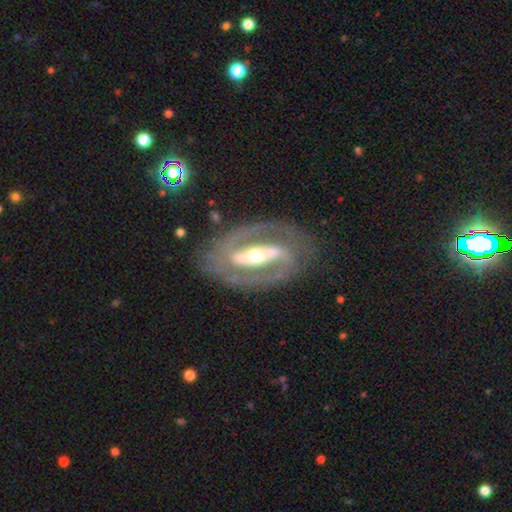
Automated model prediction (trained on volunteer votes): A featured or disk galaxy (89%) with a strong bar (72%), 2 (90%) medium (46%) spiral arms (89%) and a moderate central bulge (58%).

Vote fractions:
- Smooth or featured? featured or disk: 89% / smooth: 7% / star or artifact: 4%
- Edge-on disk? no: 93% / yes: 7%
- Bar? strong: 72% / weak: 17% / no: 11%
- Spiral arms? yes: 89% / no: 11%
- Spiral winding? medium: 46% / tight: 41% / loose: 13%
- Spiral arm count? 2: 90% / can't tell: 4% / 1: 3% / 3: 1% / 4: 1% / more than 4: 1%
- Bulge size? moderate: 58% / small: 33% / large: 7% / dominant: 1% / none: 1%
- Merging? none: 81% / minor disturbance: 12% / major disturbance: 6% / merger: 2%